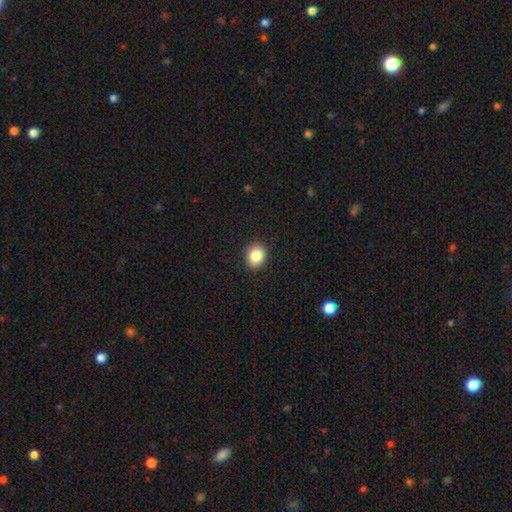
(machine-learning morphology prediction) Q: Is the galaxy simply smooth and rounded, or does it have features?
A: smooth — 85%.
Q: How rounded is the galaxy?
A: round — 64%.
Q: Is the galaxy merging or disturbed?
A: none — 91%.